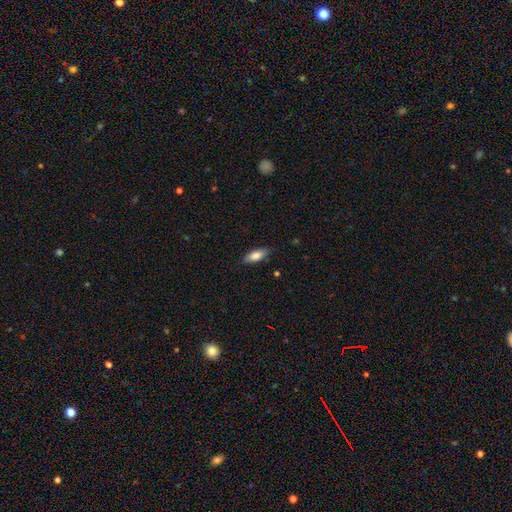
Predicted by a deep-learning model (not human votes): Q: Smooth or featured?
A: smooth (81%); runner-up: featured or disk (13%)
Q: How rounded?
A: in between (74%); runner-up: cigar-shaped (23%)
Q: Merging?
A: none (84%); runner-up: minor disturbance (13%)